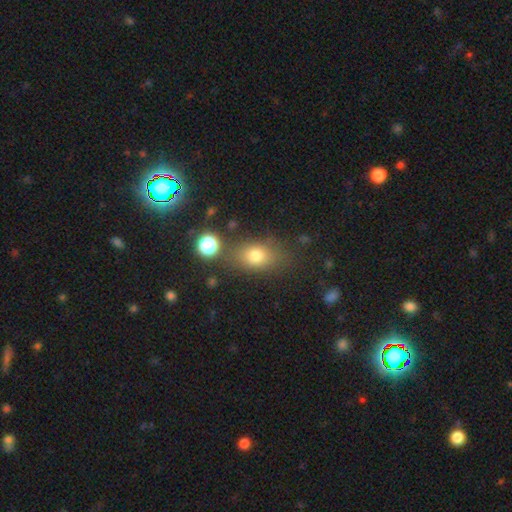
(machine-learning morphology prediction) Smooth or featured? Predicted: smooth (p=0.76). How rounded? Predicted: in between (p=0.72). Merging? Predicted: none (p=0.73).